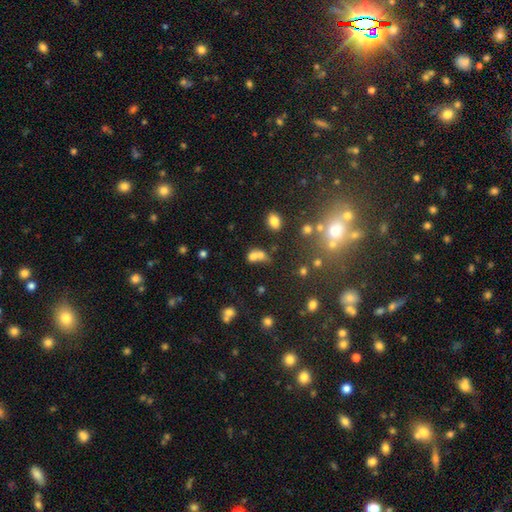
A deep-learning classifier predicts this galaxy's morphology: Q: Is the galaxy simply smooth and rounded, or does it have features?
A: smooth — 67%.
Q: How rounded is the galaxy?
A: in between — 49%.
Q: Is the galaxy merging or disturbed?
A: merger — 60%.